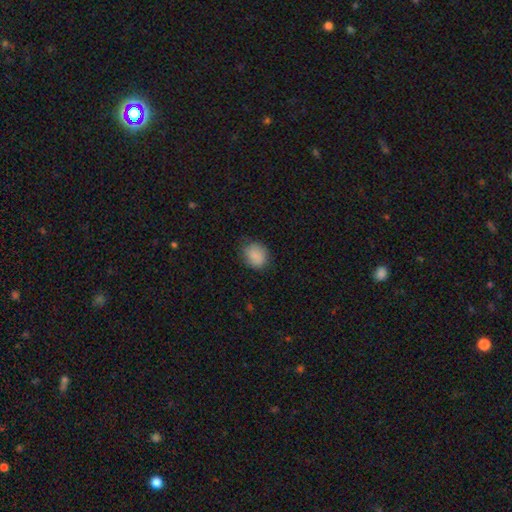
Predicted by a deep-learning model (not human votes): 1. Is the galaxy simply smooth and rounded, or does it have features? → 86% smooth, 8% star or artifact, 6% featured or disk.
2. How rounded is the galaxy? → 57% round, 43% in between, 1% cigar-shaped.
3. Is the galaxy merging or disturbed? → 77% none, 18% minor disturbance, 4% major disturbance, 1% merger.